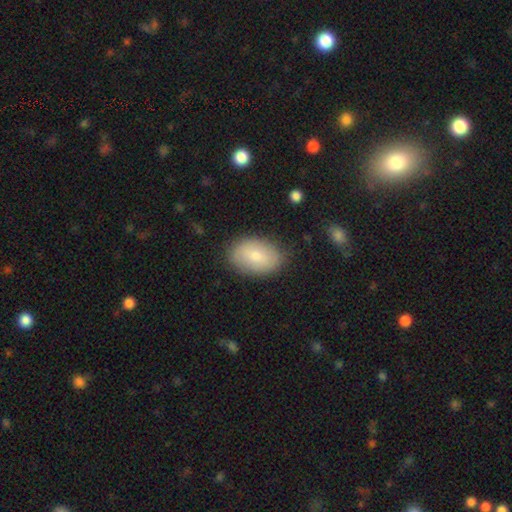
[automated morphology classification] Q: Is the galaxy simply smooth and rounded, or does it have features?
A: smooth — 75%.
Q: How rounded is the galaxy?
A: in between — 87%.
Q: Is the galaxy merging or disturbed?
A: none — 83%.